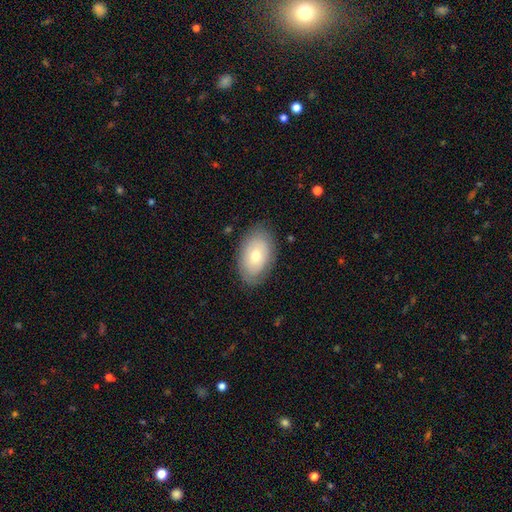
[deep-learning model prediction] A smooth galaxy with no disk features (59%) that is in between round and cigar-shaped (90%).

Vote fractions:
- Smooth or featured? smooth: 59% / featured or disk: 34% / star or artifact: 7%
- How rounded? in between: 90% / round: 8% / cigar-shaped: 1%
- Merging? none: 81% / minor disturbance: 14% / major disturbance: 4% / merger: 1%